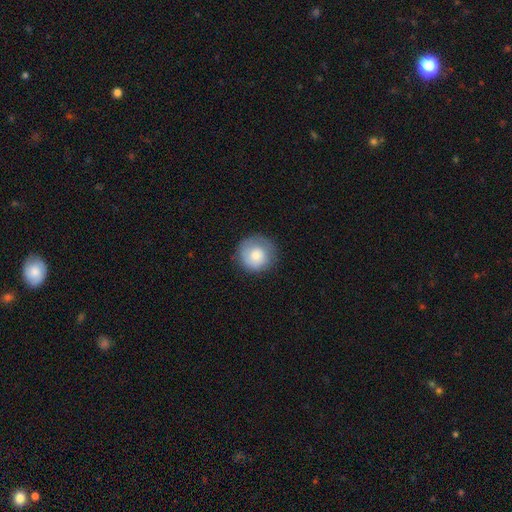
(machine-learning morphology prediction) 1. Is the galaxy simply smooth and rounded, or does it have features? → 78% smooth, 15% featured or disk, 7% star or artifact.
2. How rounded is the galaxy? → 94% round, 5% in between, 1% cigar-shaped.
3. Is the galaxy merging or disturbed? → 78% none, 15% minor disturbance, 6% major disturbance, 1% merger.